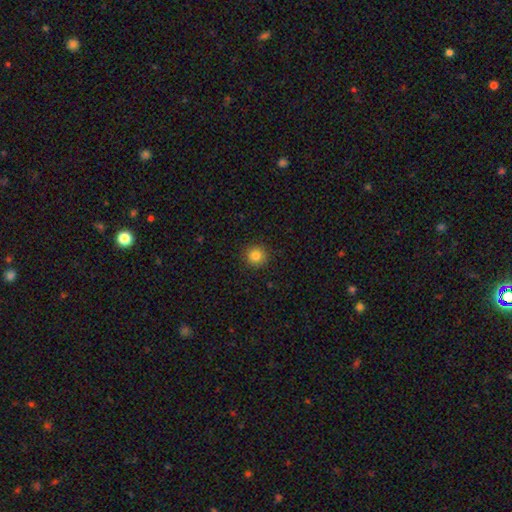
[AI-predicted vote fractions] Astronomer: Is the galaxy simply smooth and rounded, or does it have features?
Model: smooth — 83%.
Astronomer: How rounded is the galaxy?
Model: round — 94%.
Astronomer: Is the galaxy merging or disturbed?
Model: none — 91%.